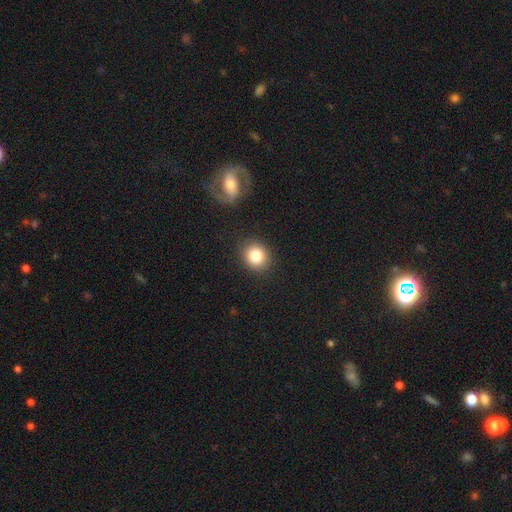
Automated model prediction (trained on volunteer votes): smooth_or_featured: smooth (p=0.83) [alt: star or artifact p=0.10]
how_rounded: round (p=0.77) [alt: in between p=0.22]
merging: none (p=0.87) [alt: minor disturbance p=0.08]